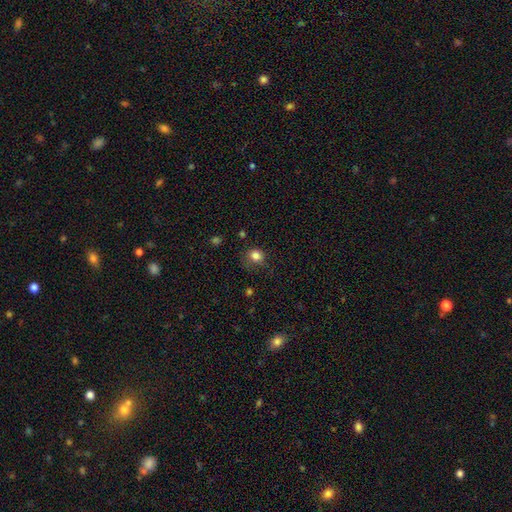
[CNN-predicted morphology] type=smooth (82%); roundness=round (77%); merging=none (71%).